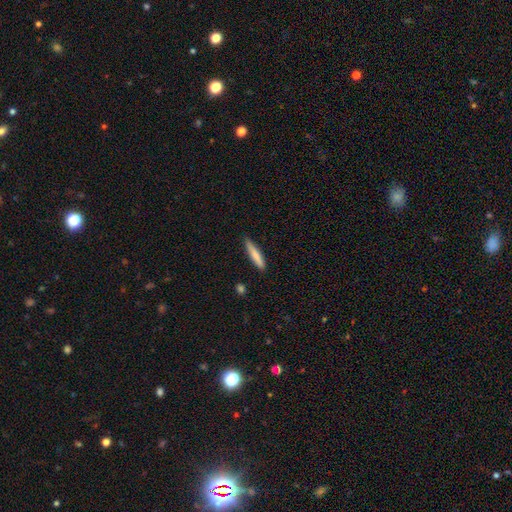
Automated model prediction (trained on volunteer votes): Smooth or featured? Predicted: smooth (p=0.78). How rounded? Predicted: cigar-shaped (p=0.90). Merging? Predicted: none (p=0.86).